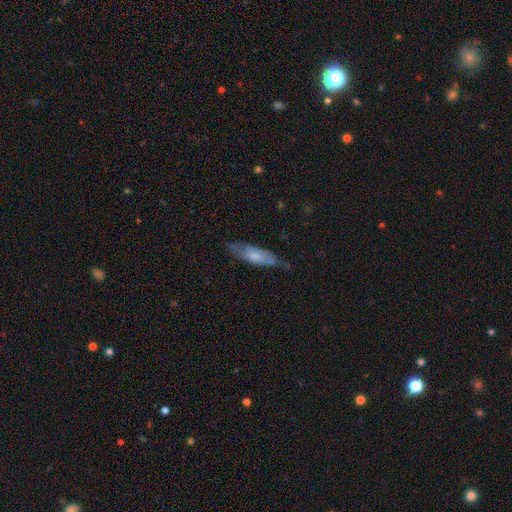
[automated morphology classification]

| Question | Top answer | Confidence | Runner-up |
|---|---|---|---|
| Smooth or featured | smooth | 57% | featured or disk (37%) |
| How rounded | cigar-shaped | 51% | in between (47%) |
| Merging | none | 58% | minor disturbance (30%) |